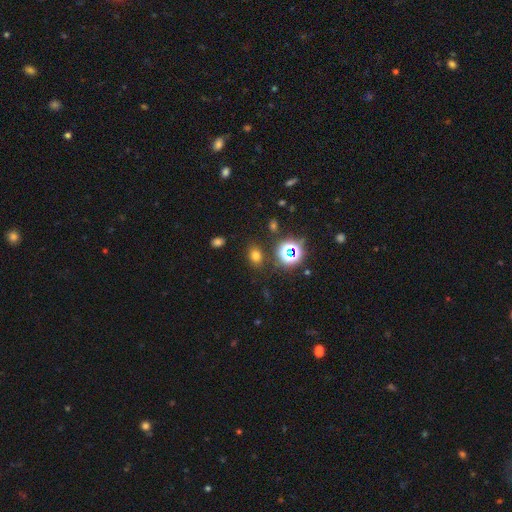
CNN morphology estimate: Smooth or featured? smooth (68%)
How rounded? in between (64%)
Merging? none (83%)